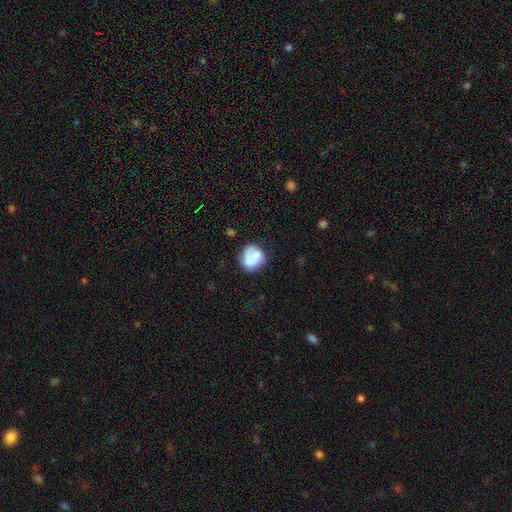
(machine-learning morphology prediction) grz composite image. It shows a smooth galaxy with no disk features (65%) that is round (72%). Merging: none (43%).